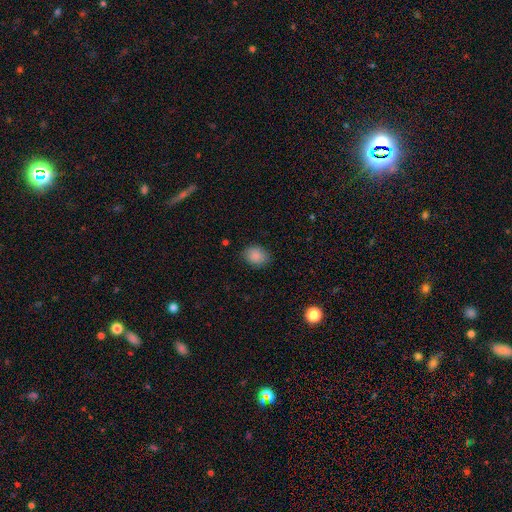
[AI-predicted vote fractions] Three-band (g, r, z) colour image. It shows a smooth galaxy with no disk features (87%) that is in between round and cigar-shaped (57%). Merging: none (81%).